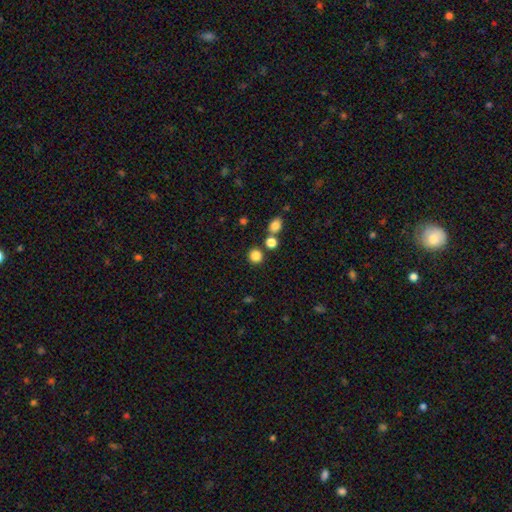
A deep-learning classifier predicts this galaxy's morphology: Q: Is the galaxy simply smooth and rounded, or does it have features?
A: smooth — 83%.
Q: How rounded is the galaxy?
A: round — 90%.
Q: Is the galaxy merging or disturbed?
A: none — 81%.